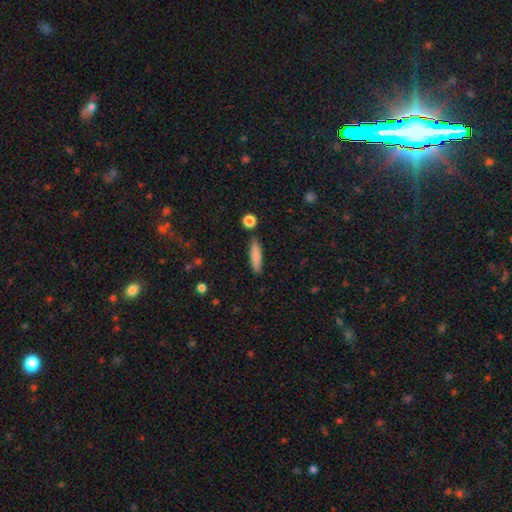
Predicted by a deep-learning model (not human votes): A smooth galaxy with no disk features (83%) that is cigar-shaped (72%). Merging: none (83%).